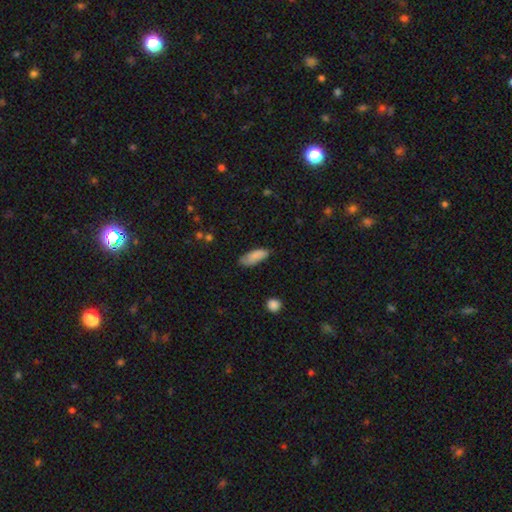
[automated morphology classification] Smooth or featured? smooth (84%)
How rounded? in between (76%)
Merging? none (67%)